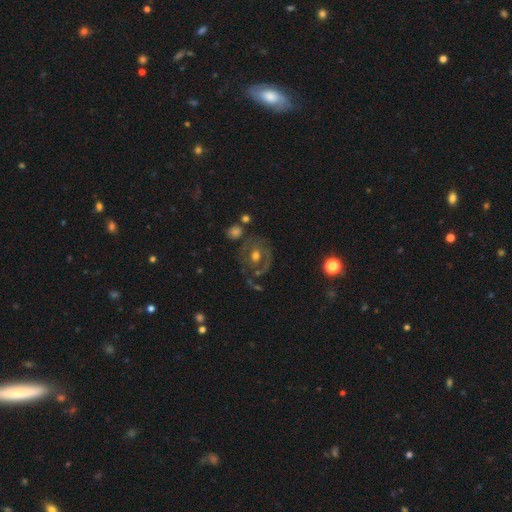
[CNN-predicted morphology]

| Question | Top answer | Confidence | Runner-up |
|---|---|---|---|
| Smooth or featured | featured or disk | 55% | smooth (35%) |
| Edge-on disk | no | 96% | yes (4%) |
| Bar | no | 71% | weak (21%) |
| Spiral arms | no | 63% | yes (37%) |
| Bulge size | moderate | 73% | small (13%) |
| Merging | none | 63% | minor disturbance (18%) |